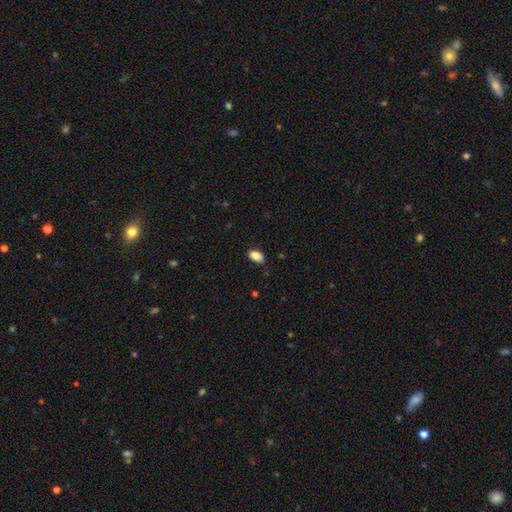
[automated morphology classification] Smooth or featured: smooth — 87% (star or artifact — 8%)
How rounded: in between — 91% (round — 7%)
Merging: none — 80% (minor disturbance — 16%)